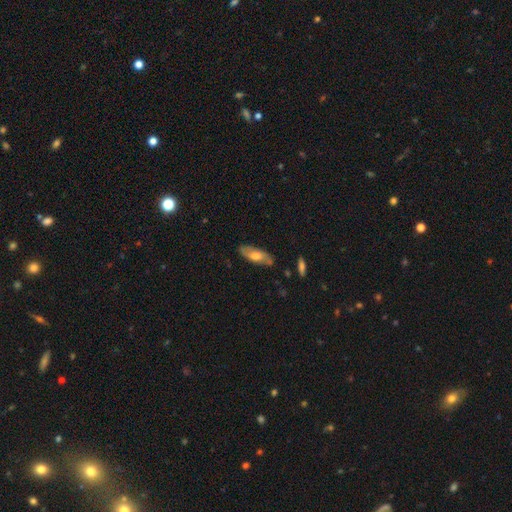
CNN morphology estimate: The model was most divided on "smooth or featured" (2-way tie): smooth: 47%, featured or disk: 47%, star or artifact: 6%. More confident: merging — none (78%).